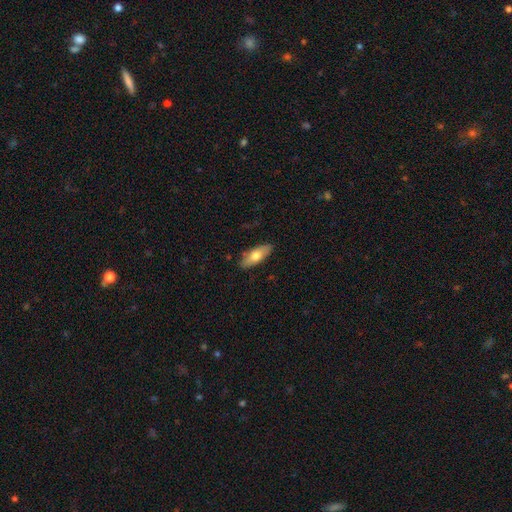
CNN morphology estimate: Smooth or featured?
  - smooth: 68% *
  - featured or disk: 26%
  - star or artifact: 6%
How rounded?
  - in between: 70% *
  - cigar-shaped: 27%
  - round: 3%
Merging?
  - none: 87% *
  - minor disturbance: 10%
  - major disturbance: 2%
  - merger: 1%